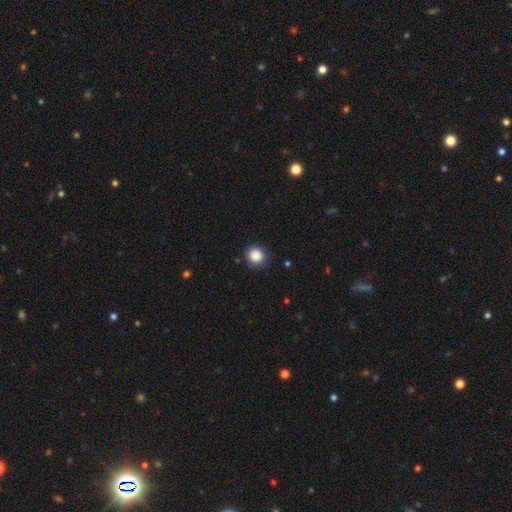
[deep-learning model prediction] A smooth galaxy with no disk features (87%) that is round (81%). Merging: none (85%).